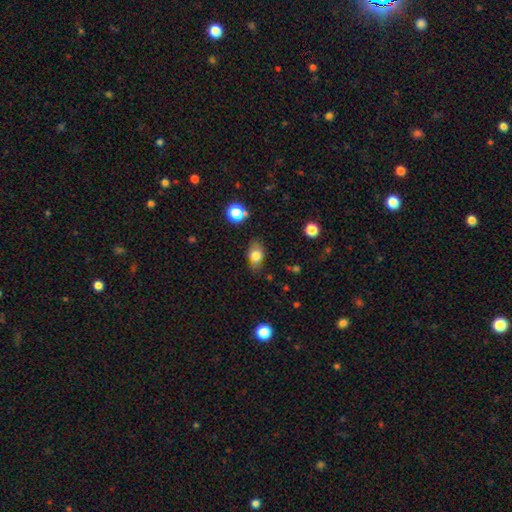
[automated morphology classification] smooth 78%, featured or disk 13%, star or artifact 10%. Down the decision tree: how rounded — in between (75%); merging — none (68%).